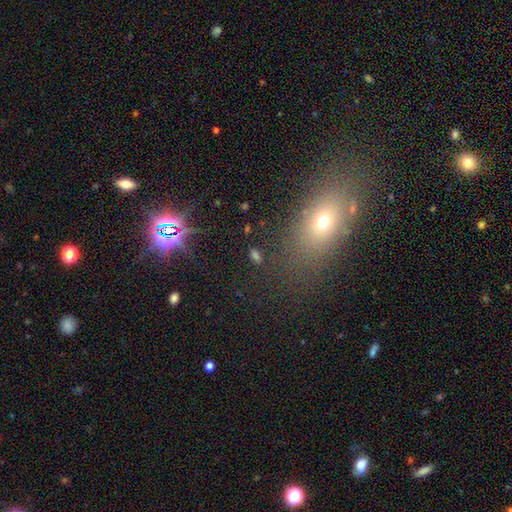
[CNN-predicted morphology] A smooth galaxy with no disk features (51%) that is in between round and cigar-shaped (71%). Merging: none (78%).